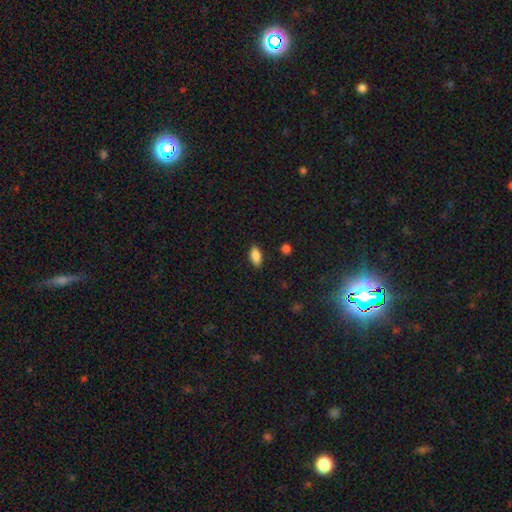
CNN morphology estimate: Smooth or featured? Predicted: smooth (p=0.87). How rounded? Predicted: in between (p=0.90). Merging? Predicted: none (p=0.87).